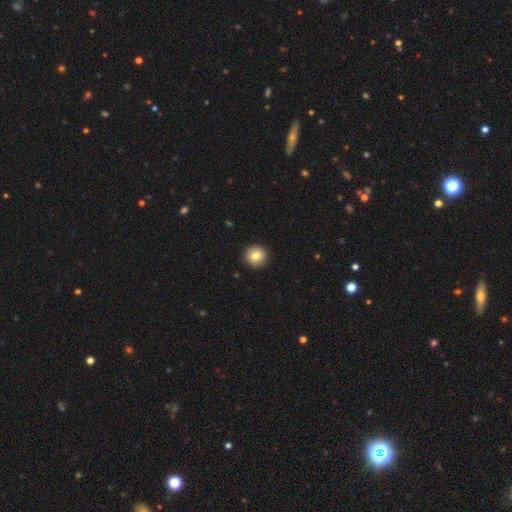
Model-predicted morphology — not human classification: Overall: smooth (82%). How rounded: round (94%). Merging: none (92%).